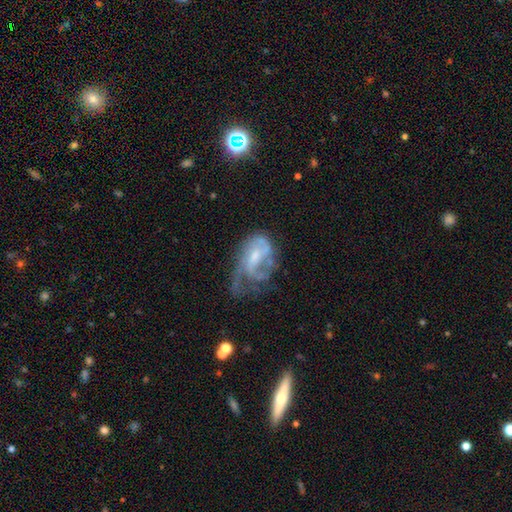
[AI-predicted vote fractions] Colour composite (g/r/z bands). It shows a featured or disk galaxy (74%) with a weak bar (45%), 2 (32%) medium (41%) spiral arms (78%) and a small central bulge (40%). Merging: major disturbance (43%).